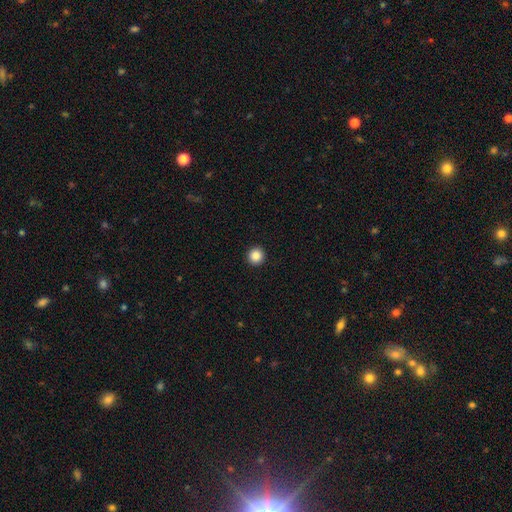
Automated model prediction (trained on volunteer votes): smooth-or-featured: smooth: 87% | star or artifact: 10% | featured or disk: 3%
  how-rounded: round: 96% | in between: 3% | cigar-shaped: 1%
  merging: none: 94% | minor disturbance: 4% | major disturbance: 1% | merger: 1%